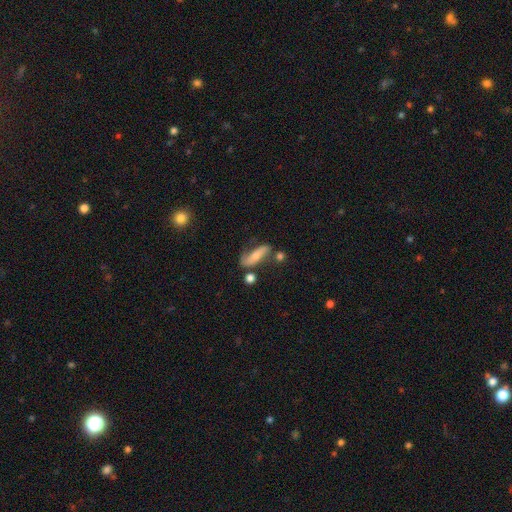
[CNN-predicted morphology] Smooth or featured?
  - featured or disk: 49% *
  - smooth: 44%
  - star or artifact: 8%
Merging?
  - none: 53% *
  - minor disturbance: 24%
  - major disturbance: 12%
  - merger: 11%